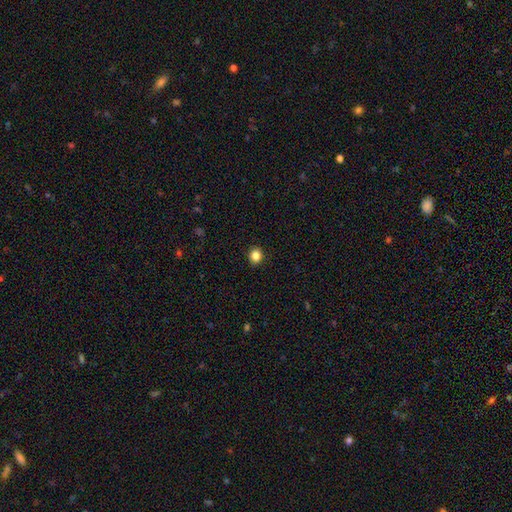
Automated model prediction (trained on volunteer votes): This is clearly a smooth galaxy (85%). How rounded: likely round (74%). Merging: clearly none (92%).